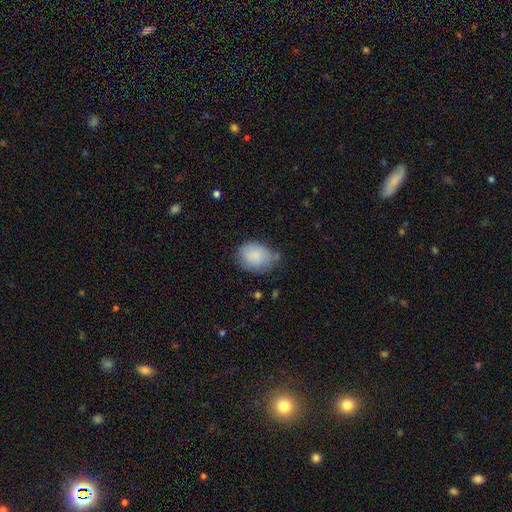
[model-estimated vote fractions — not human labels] Morphology: type=smooth (85%); roundness=in between (52%); merging=none (54%).